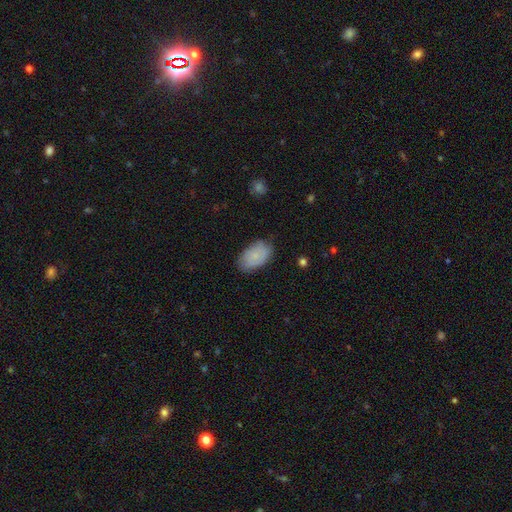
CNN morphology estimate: smooth_or_featured: smooth (p=0.74) [alt: featured or disk p=0.19]
how_rounded: in between (p=0.93) [alt: round p=0.06]
merging: none (p=0.71) [alt: minor disturbance p=0.23]